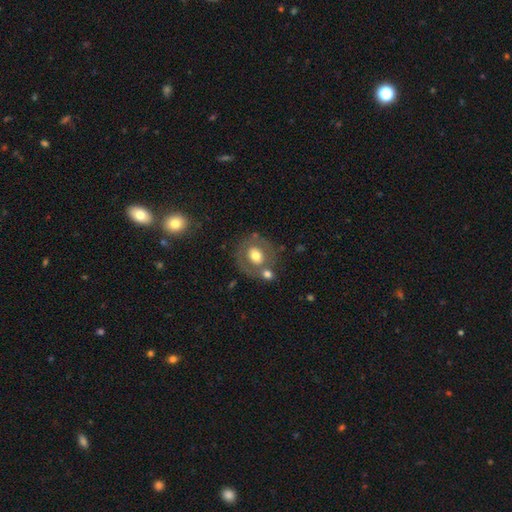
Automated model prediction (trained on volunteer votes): Morphology: type=smooth (54%); roundness=round (73%); merging=none (59%).